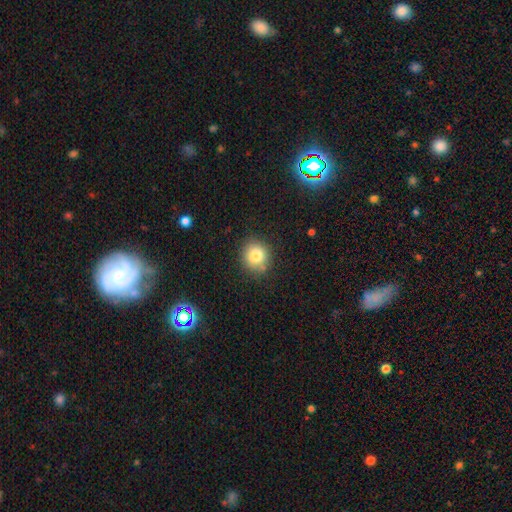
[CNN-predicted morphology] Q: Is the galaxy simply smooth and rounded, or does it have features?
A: smooth — 81%.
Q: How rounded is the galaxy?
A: round — 86%.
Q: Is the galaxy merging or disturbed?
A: none — 83%.